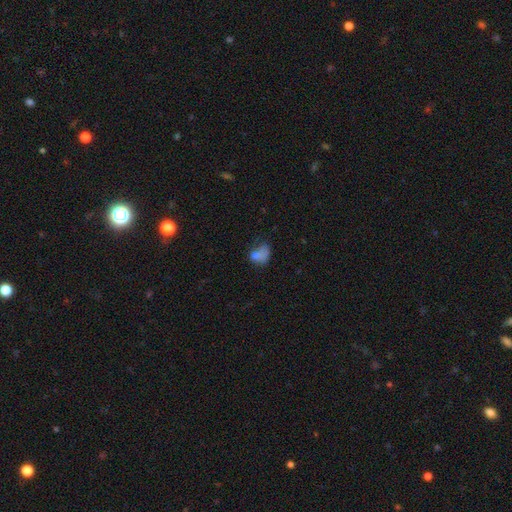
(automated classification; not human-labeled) Morphology: type=star or artifact (42%, tied with smooth).